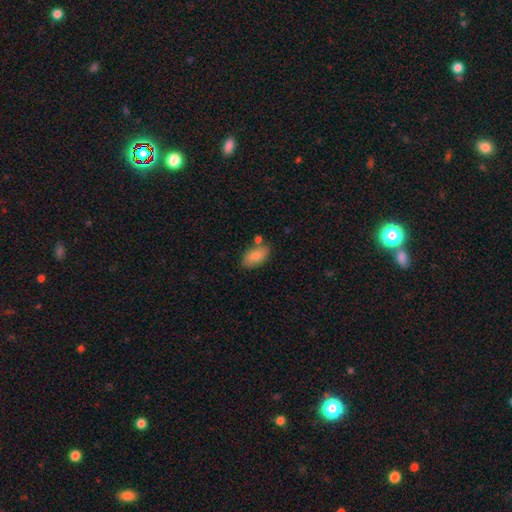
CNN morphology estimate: A smooth galaxy with no disk features (83%) that is in between round and cigar-shaped (93%).

Vote fractions:
- Smooth or featured? smooth: 83% / featured or disk: 10% / star or artifact: 7%
- How rounded? in between: 93% / round: 4% / cigar-shaped: 3%
- Merging? none: 72% / minor disturbance: 15% / merger: 10% / major disturbance: 3%